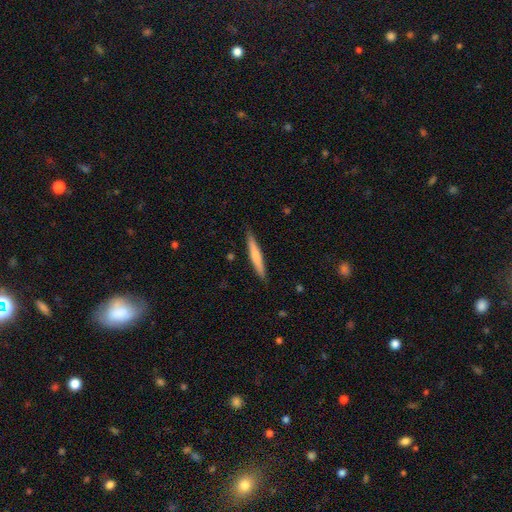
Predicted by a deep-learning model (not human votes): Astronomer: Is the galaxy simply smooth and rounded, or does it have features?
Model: smooth — 65%.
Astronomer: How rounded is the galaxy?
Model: cigar-shaped — 95%.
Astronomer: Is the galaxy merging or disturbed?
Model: none — 88%.